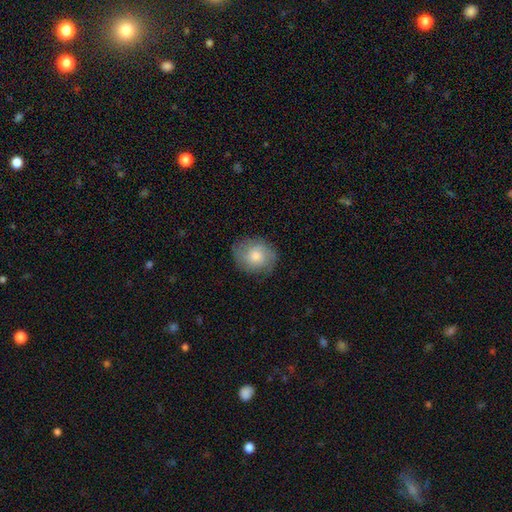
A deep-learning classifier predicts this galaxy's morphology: Overall: smooth (59%; featured or disk 33%). How rounded: round (61%; in between 38%). Merging: none (80%).